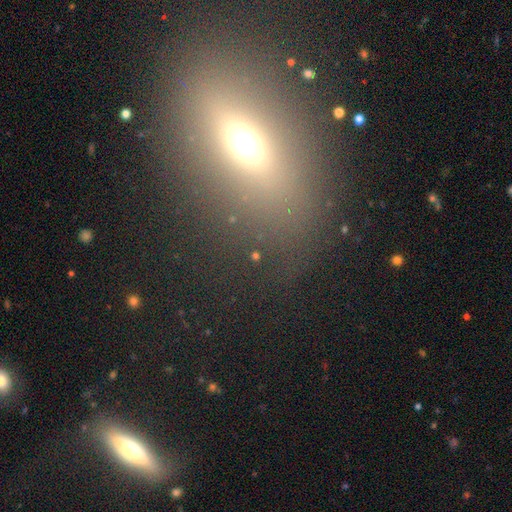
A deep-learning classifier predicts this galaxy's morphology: type=smooth (44%); merging=none (79%).